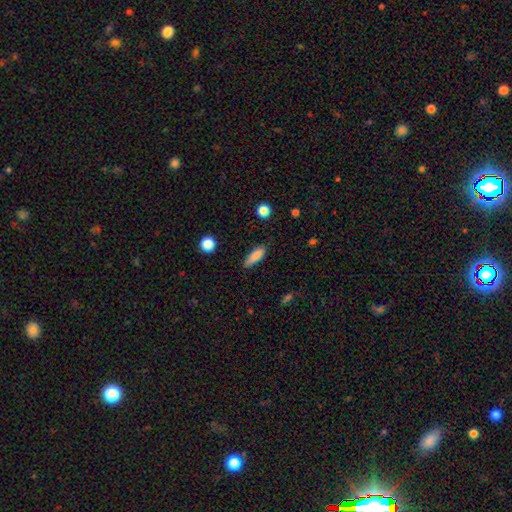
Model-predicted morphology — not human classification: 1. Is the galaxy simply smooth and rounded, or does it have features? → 85% smooth, 8% star or artifact, 7% featured or disk.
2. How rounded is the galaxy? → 51% in between, 46% cigar-shaped, 2% round.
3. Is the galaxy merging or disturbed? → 82% none, 14% minor disturbance, 3% major disturbance, 1% merger.